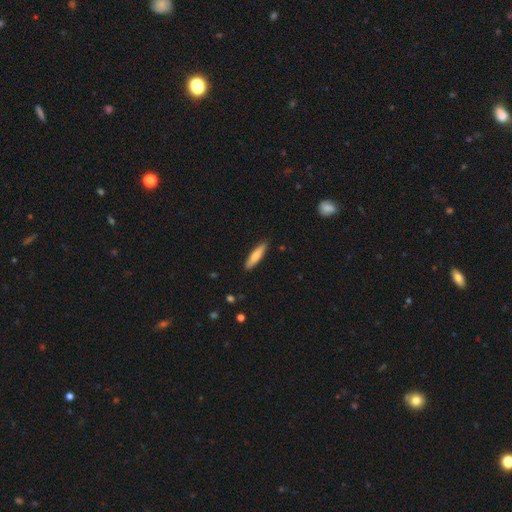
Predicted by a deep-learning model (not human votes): Smooth or featured? Predicted: smooth (p=0.76). How rounded? Predicted: cigar-shaped (p=0.79). Merging? Predicted: none (p=0.89).